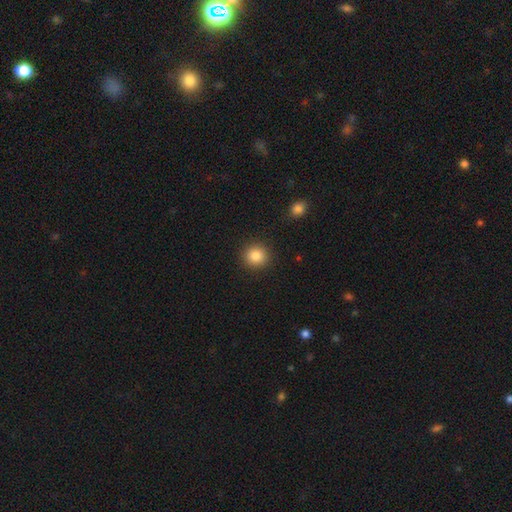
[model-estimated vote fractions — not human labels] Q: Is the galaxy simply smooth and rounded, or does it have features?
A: smooth — 85%.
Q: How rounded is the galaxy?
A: round — 91%.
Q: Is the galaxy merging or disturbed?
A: none — 91%.